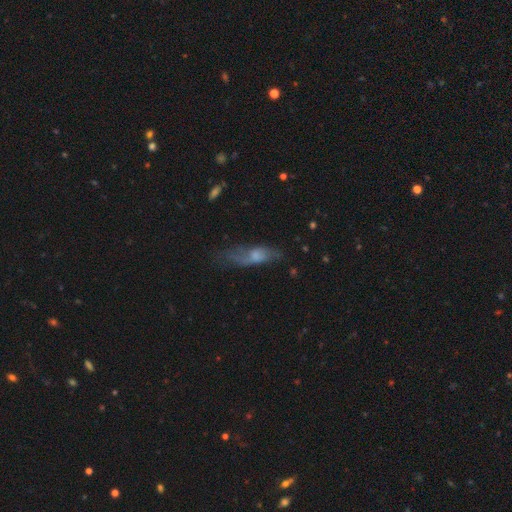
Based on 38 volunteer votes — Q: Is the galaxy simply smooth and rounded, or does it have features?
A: smooth — 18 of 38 (47%).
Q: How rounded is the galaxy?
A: in between — 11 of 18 (61%).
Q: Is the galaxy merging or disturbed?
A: none — 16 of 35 (46%).